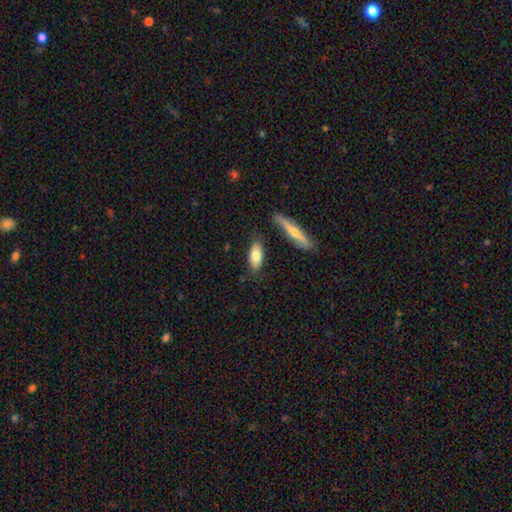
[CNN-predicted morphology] smooth_or_featured: smooth (p=0.74) [alt: featured or disk p=0.20]
how_rounded: in between (p=0.81) [alt: cigar-shaped p=0.17]
merging: none (p=0.79) [alt: minor disturbance p=0.13]